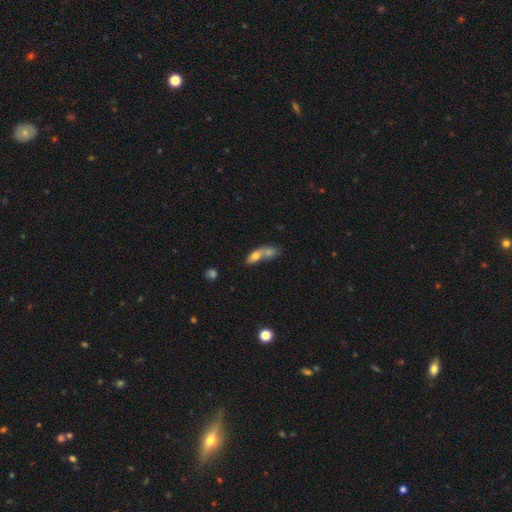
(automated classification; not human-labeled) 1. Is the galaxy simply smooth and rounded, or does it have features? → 70% smooth, 21% featured or disk, 8% star or artifact.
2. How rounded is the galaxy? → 71% in between, 15% cigar-shaped, 14% round.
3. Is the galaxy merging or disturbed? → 75% merger, 14% none, 6% minor disturbance, 5% major disturbance.